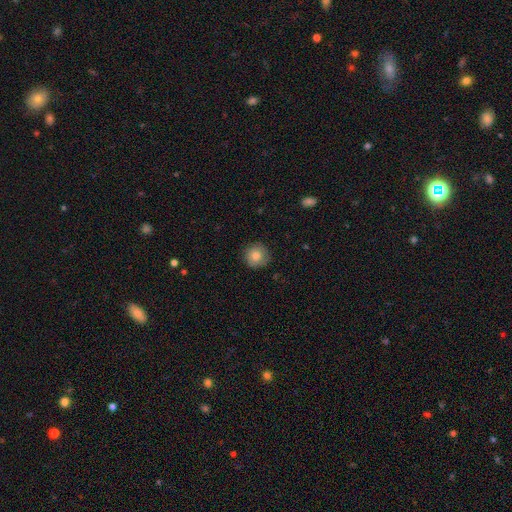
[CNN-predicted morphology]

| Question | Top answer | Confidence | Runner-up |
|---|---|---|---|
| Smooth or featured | smooth | 81% | featured or disk (10%) |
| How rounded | round | 94% | in between (5%) |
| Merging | none | 86% | minor disturbance (11%) |